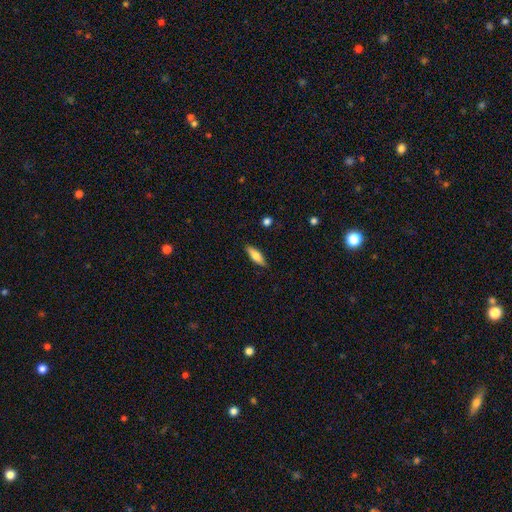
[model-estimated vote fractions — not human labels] This is likely a smooth galaxy (73%). How rounded: possibly in between (51%). Merging: clearly none (87%).